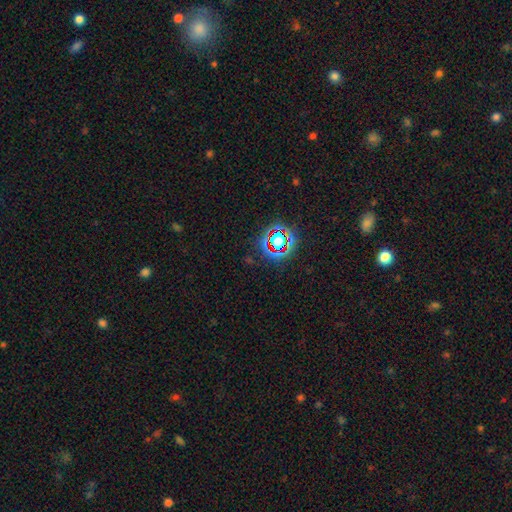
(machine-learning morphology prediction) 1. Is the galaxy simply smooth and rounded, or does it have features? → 77% star or artifact, 14% smooth, 10% featured or disk.